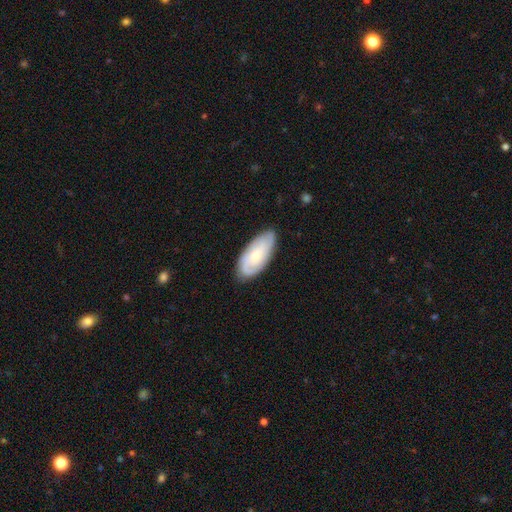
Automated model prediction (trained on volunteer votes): Overall: featured or disk (55%; smooth 40%). Edge-on disk: no (91%). Bar: no (76%). Spiral arms: yes (83%). Bulge size: small (59%; moderate 37%). Merging: none (78%).